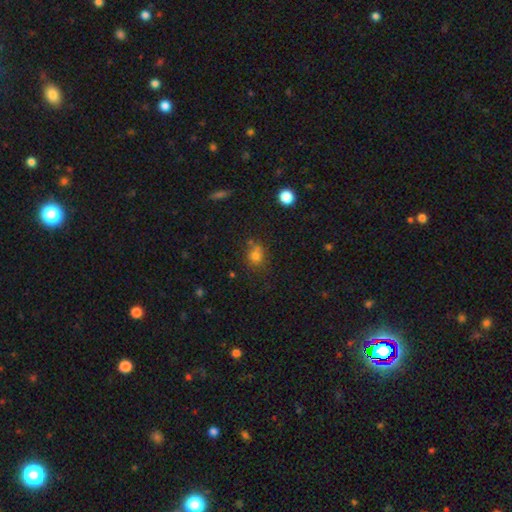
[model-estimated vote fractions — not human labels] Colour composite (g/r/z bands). It shows a smooth galaxy with no disk features (75%) that is round (72%). Merging: none (61%).